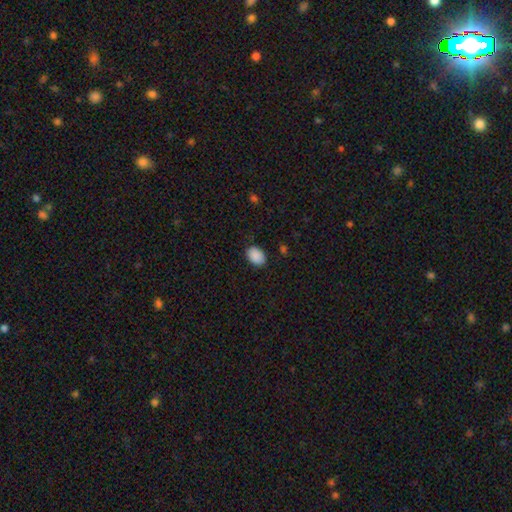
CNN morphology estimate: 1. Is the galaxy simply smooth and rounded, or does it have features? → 90% smooth, 8% star or artifact, 3% featured or disk.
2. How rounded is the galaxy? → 78% in between, 21% round, 1% cigar-shaped.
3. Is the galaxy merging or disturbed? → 85% none, 11% minor disturbance, 3% major disturbance, 1% merger.